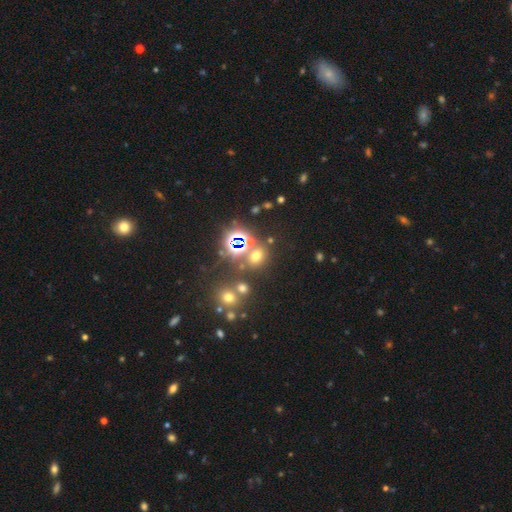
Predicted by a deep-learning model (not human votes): smooth-or-featured: smooth: 49% | star or artifact: 43% | featured or disk: 9%
  merging: none: 68% | merger: 16% | minor disturbance: 10% | major disturbance: 6%